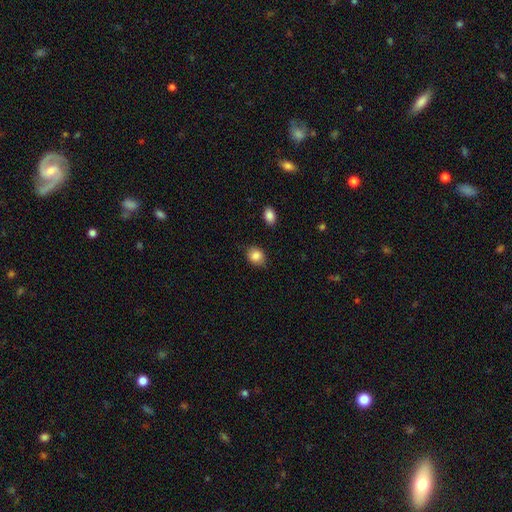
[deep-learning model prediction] Smooth or featured?
  - smooth: 86% *
  - star or artifact: 8%
  - featured or disk: 6%
How rounded?
  - round: 51% *
  - in between: 48%
  - cigar-shaped: 1%
Merging?
  - none: 81% *
  - minor disturbance: 14%
  - major disturbance: 3%
  - merger: 2%